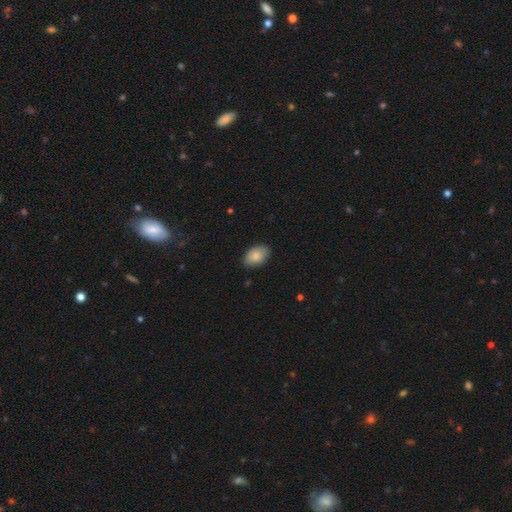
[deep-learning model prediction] This is clearly a smooth galaxy (87%). How rounded: clearly in between (89%). Merging: clearly none (85%).